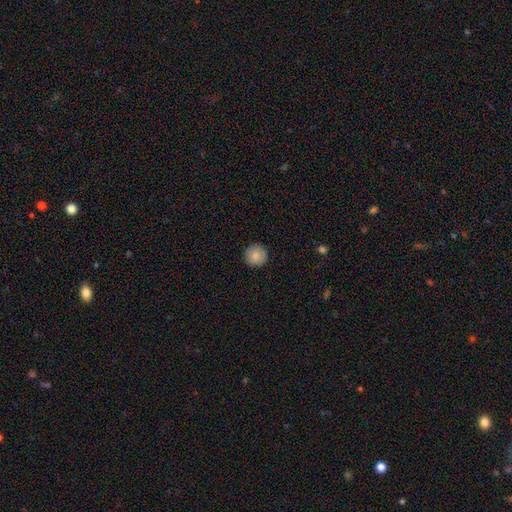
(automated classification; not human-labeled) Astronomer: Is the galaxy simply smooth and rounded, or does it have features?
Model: smooth — 86%.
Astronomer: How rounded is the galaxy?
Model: round — 94%.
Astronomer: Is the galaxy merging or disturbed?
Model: none — 91%.